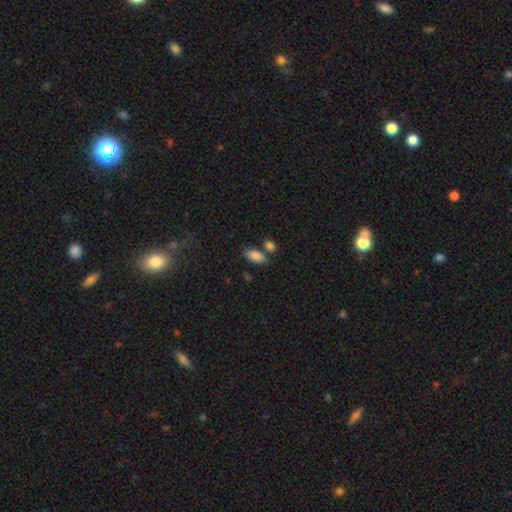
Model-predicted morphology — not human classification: type=smooth (86%); roundness=in between (90%); merging=none (67%).